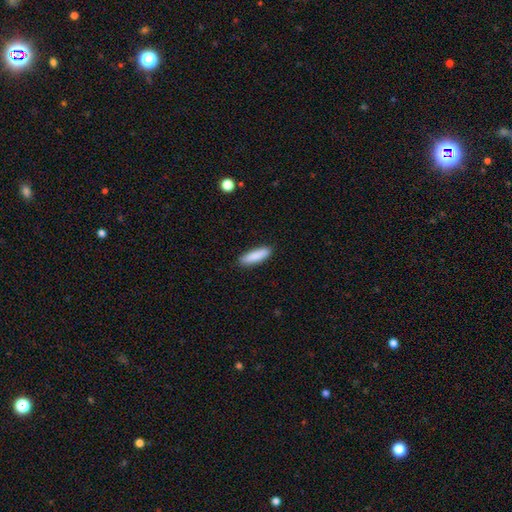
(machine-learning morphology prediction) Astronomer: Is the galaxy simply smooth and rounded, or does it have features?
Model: smooth — 88%.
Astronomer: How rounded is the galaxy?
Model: cigar-shaped — 61% (runner-up: in between, 38%).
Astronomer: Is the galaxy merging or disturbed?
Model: none — 89%.